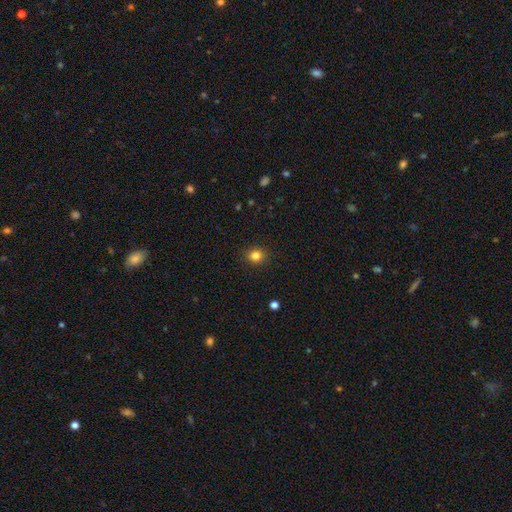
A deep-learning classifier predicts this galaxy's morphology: Q: Smooth or featured?
A: smooth (82%); runner-up: star or artifact (13%)
Q: How rounded?
A: round (84%); runner-up: in between (15%)
Q: Merging?
A: none (91%); runner-up: minor disturbance (6%)